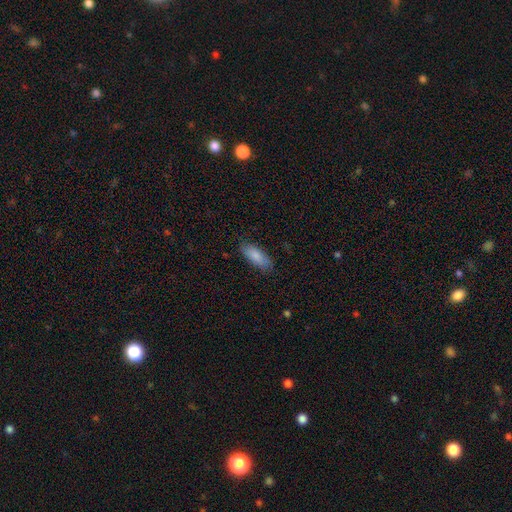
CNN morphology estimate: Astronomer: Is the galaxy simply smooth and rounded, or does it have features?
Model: smooth — 85%.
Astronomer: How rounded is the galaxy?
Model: in between — 75%.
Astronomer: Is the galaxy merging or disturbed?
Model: none — 81%.